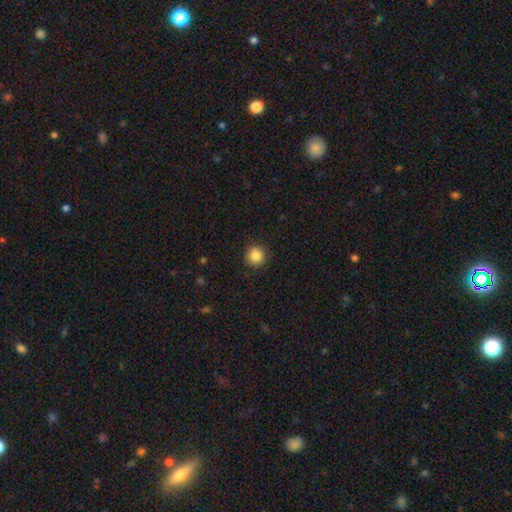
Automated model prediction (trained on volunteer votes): A smooth galaxy with no disk features (87%) that is round (94%). Merging: none (90%).